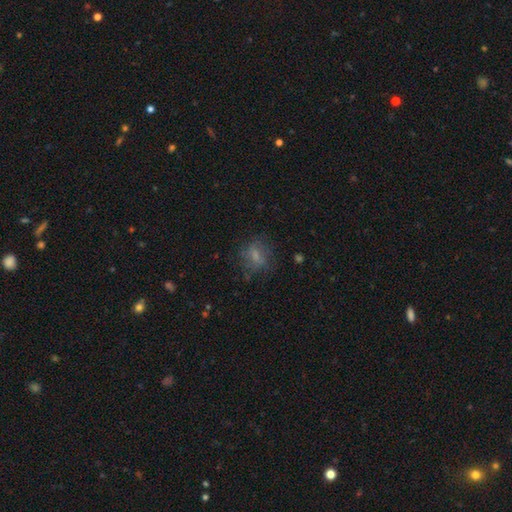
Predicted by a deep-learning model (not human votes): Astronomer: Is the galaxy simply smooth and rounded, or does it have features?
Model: smooth — 59%.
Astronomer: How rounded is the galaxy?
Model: round — 52% (runner-up: in between, 45%).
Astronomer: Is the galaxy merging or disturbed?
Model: none — 64%.